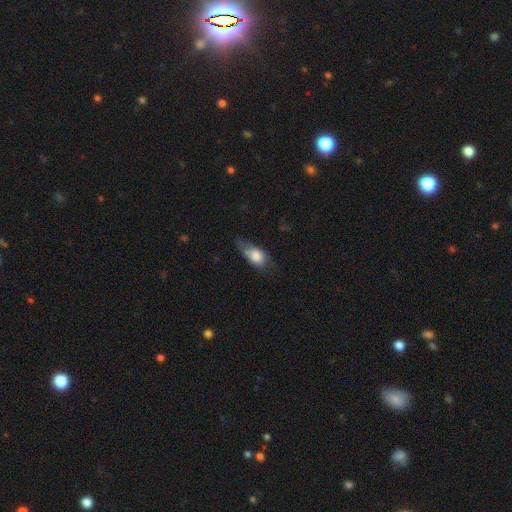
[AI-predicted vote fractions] smooth_or_featured: smooth (p=0.74) [alt: featured or disk p=0.18]
how_rounded: in between (p=0.81) [alt: round p=0.10]
merging: minor disturbance (p=0.38) [alt: none p=0.35]